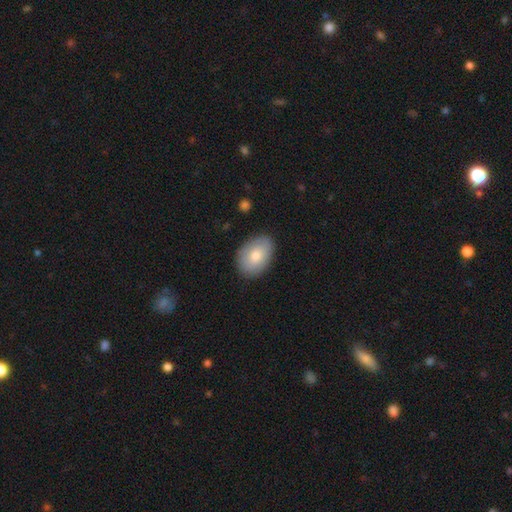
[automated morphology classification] Smooth or featured: smooth — 78% (featured or disk — 16%)
How rounded: in between — 87% (round — 12%)
Merging: none — 84% (minor disturbance — 12%)